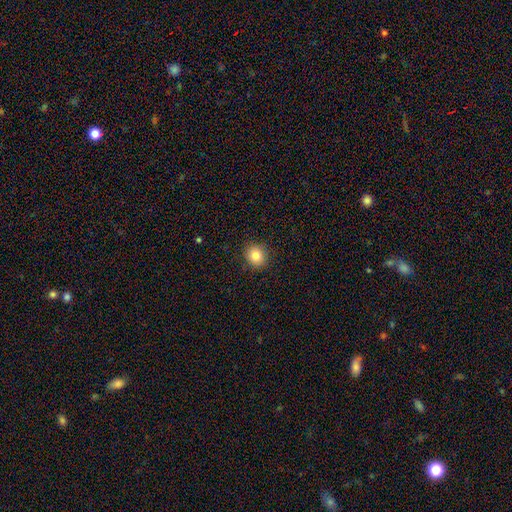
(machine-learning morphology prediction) Q: Smooth or featured?
A: smooth (83%); runner-up: star or artifact (11%)
Q: How rounded?
A: round (80%); runner-up: in between (19%)
Q: Merging?
A: none (90%); runner-up: minor disturbance (7%)